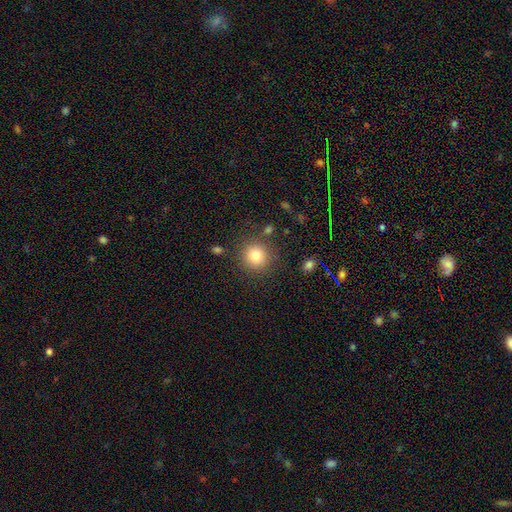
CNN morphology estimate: type=smooth (82%); roundness=round (92%); merging=none (85%).